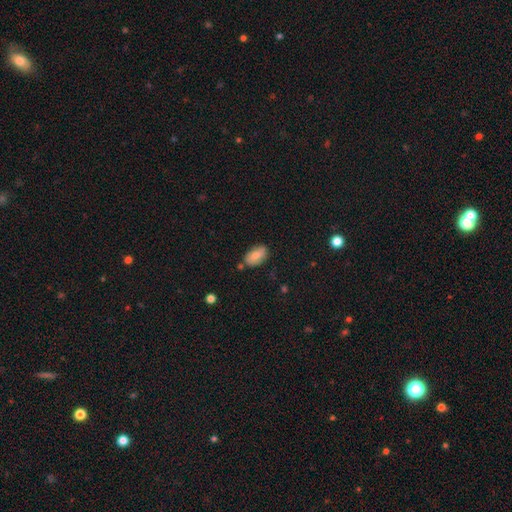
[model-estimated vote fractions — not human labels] smooth 74%, featured or disk 18%, star or artifact 8%. Down the decision tree: how rounded — in between (92%); merging — none (72%).